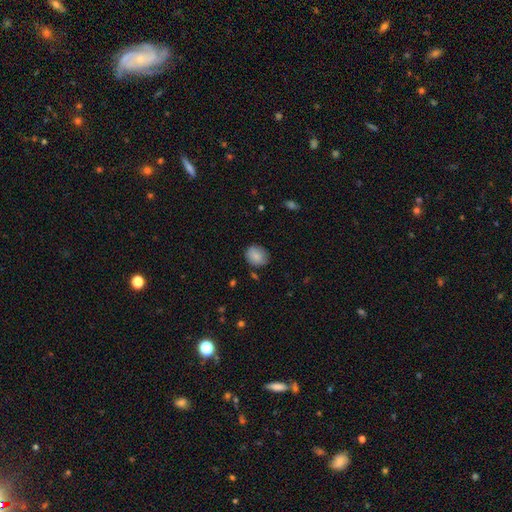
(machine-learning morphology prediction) Smooth or featured?
  - smooth: 84% *
  - featured or disk: 9%
  - star or artifact: 8%
How rounded?
  - round: 54% *
  - in between: 45%
  - cigar-shaped: 1%
Merging?
  - none: 75% *
  - minor disturbance: 19%
  - major disturbance: 4%
  - merger: 2%